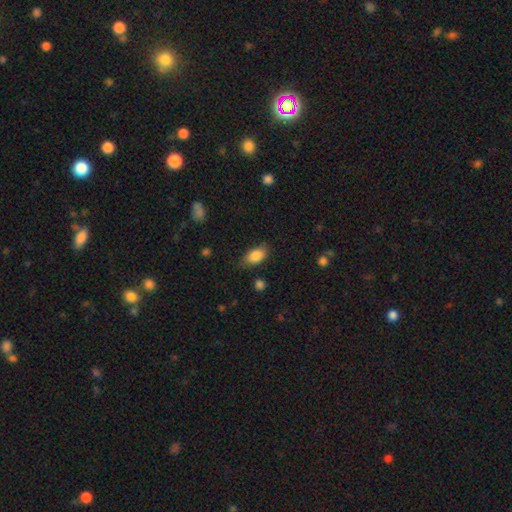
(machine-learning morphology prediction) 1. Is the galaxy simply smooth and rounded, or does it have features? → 85% smooth, 7% star or artifact, 7% featured or disk.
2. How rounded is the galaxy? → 89% in between, 7% round, 4% cigar-shaped.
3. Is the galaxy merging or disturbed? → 75% none, 19% minor disturbance, 4% major disturbance, 1% merger.